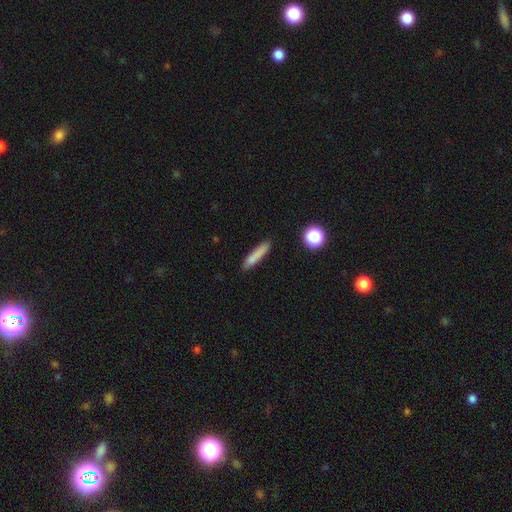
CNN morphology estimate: smooth-or-featured: smooth: 79% | featured or disk: 12% | star or artifact: 8%
  how-rounded: cigar-shaped: 88% | in between: 10% | round: 2%
  merging: none: 84% | minor disturbance: 11% | major disturbance: 3% | merger: 2%